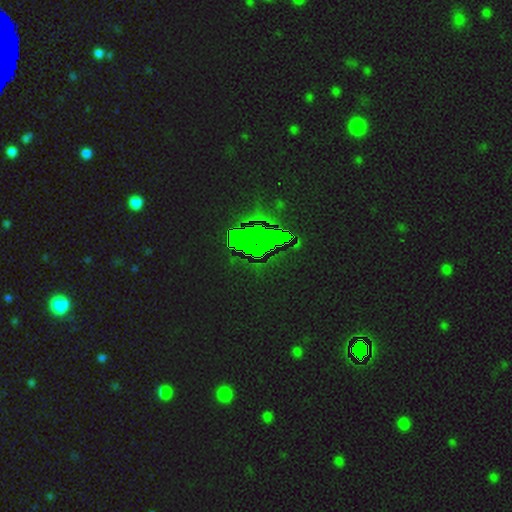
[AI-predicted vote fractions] Smooth or featured? Predicted: star or artifact (p=0.83).